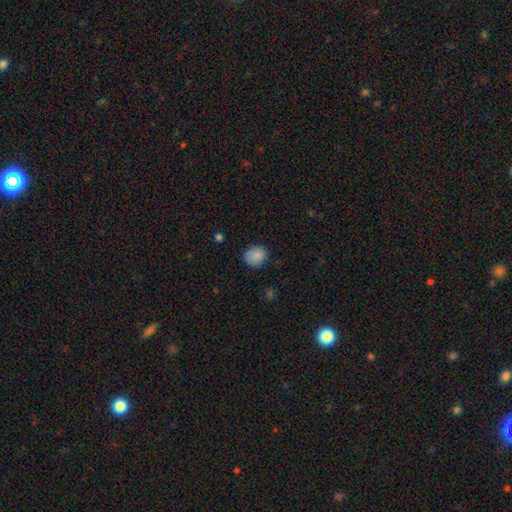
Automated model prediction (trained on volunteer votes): A smooth galaxy with no disk features (86%) that is round (73%).

Vote fractions:
- Smooth or featured? smooth: 86% / star or artifact: 9% / featured or disk: 5%
- How rounded? round: 73% / in between: 26% / cigar-shaped: 1%
- Merging? none: 81% / minor disturbance: 15% / major disturbance: 3% / merger: 1%